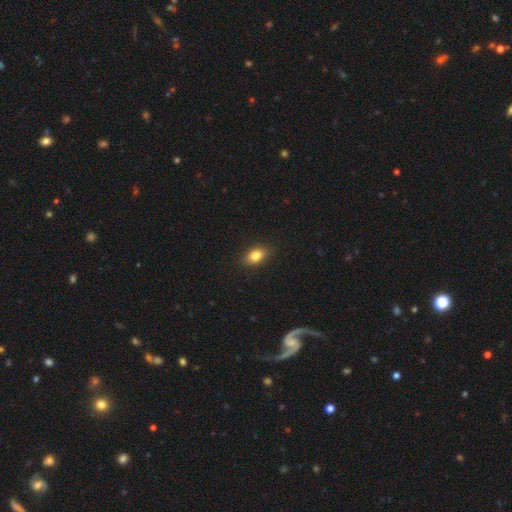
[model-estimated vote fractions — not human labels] A smooth galaxy with no disk features (83%) that is in between round and cigar-shaped (77%). Merging: none (88%).